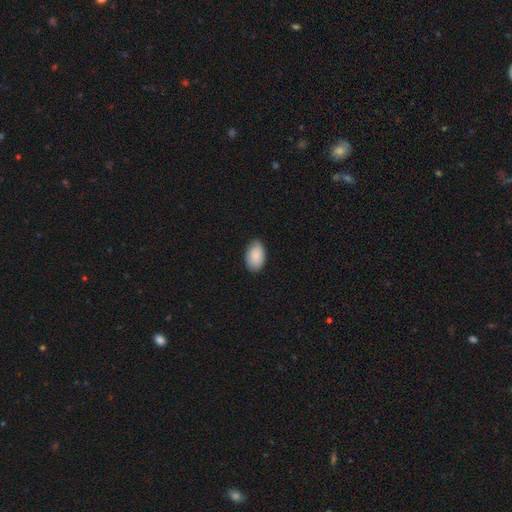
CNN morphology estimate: smooth 89%, star or artifact 6%, featured or disk 5%. Down the decision tree: how rounded — in between (93%); merging — none (83%).